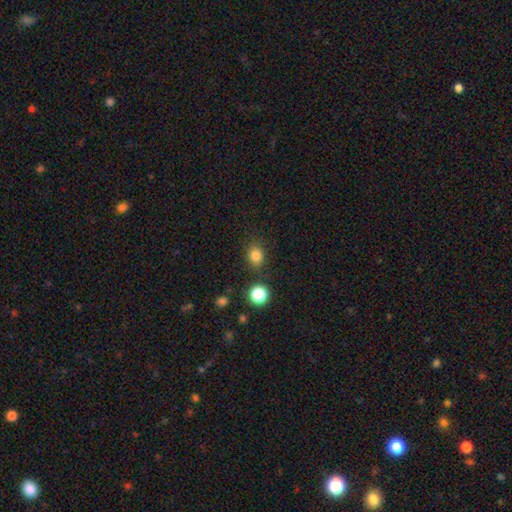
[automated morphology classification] Smooth or featured? smooth (82%)
How rounded? round (65%)
Merging? none (82%)